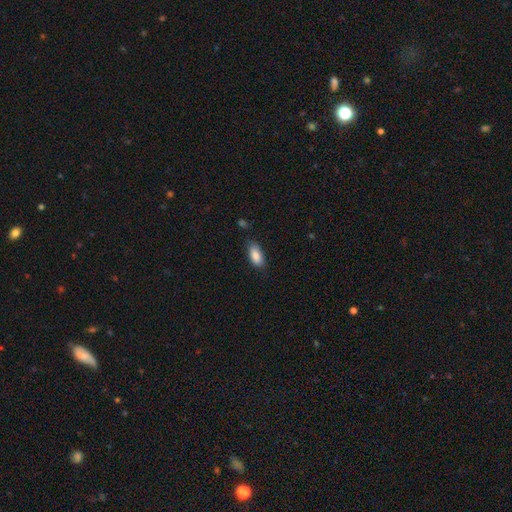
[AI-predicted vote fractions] A smooth galaxy with no disk features (88%) that is in between round and cigar-shaped (88%). Merging: none (77%).